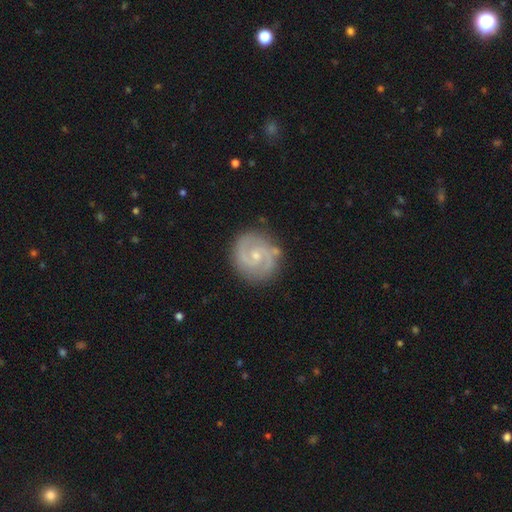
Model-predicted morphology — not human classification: featured or disk 86%, smooth 8%, star or artifact 5%. Down the decision tree: edge-on disk — no (98%); bar — no (55%); spiral arms — yes (97%); spiral arm count — 2 (89%); spiral winding — tight (46%); bulge size — small (66%); merging — none (84%).